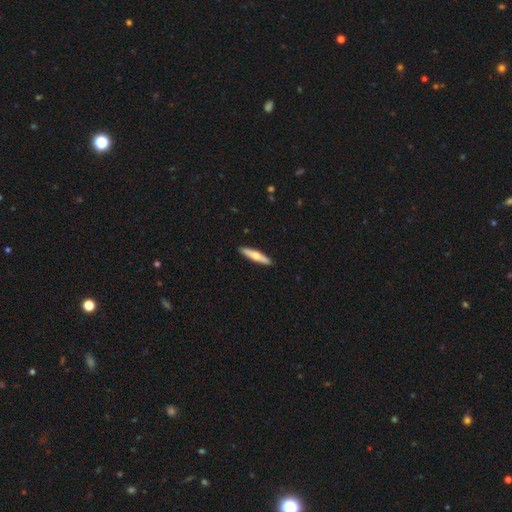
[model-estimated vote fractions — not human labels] Morphology: type=smooth (52%); roundness=cigar-shaped (87%); merging=none (92%).